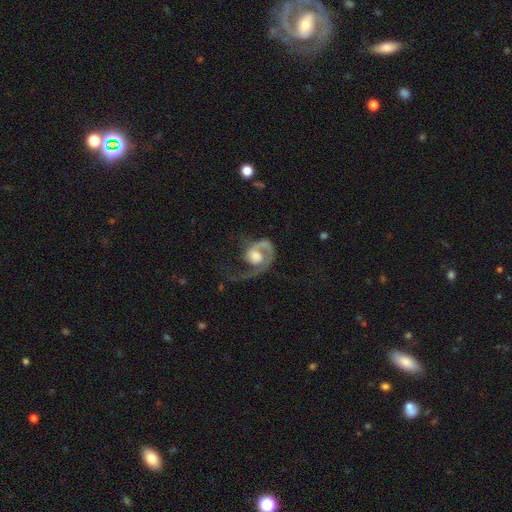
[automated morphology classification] featured or disk 79%, smooth 16%, star or artifact 6%. Down the decision tree: edge-on disk — no (98%); bar — no (75%); spiral arms — yes (91%); spiral arm count — 1 (82%); spiral winding — loose (39%); bulge size — large (42%); merging — major disturbance (52%).